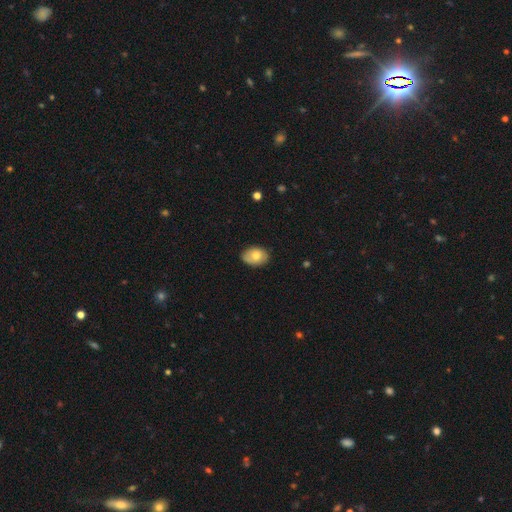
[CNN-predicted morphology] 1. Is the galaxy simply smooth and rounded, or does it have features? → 75% smooth, 18% featured or disk, 7% star or artifact.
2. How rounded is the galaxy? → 77% in between, 22% round, 1% cigar-shaped.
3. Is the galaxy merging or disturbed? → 81% none, 16% minor disturbance, 2% major disturbance, 1% merger.